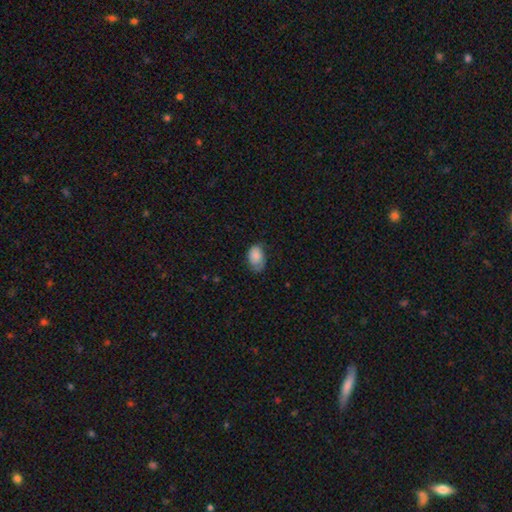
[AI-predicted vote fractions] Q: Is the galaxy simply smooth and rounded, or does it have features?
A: smooth — 78%.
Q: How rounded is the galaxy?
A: in between — 86%.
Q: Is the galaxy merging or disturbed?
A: none — 52%.